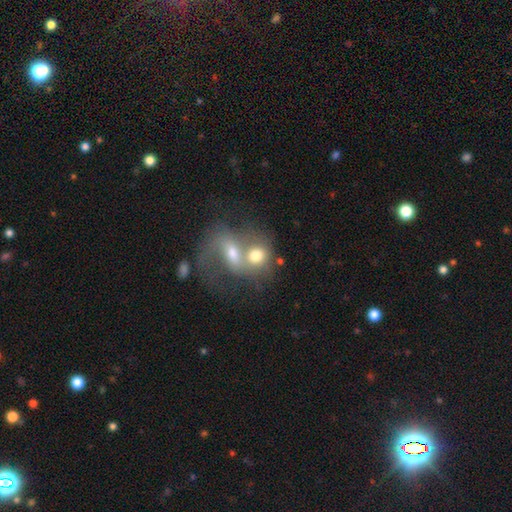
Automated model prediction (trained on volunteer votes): smooth 55%, featured or disk 34%, star or artifact 10%. Down the decision tree: how rounded — round (53%); merging — merger (74%).